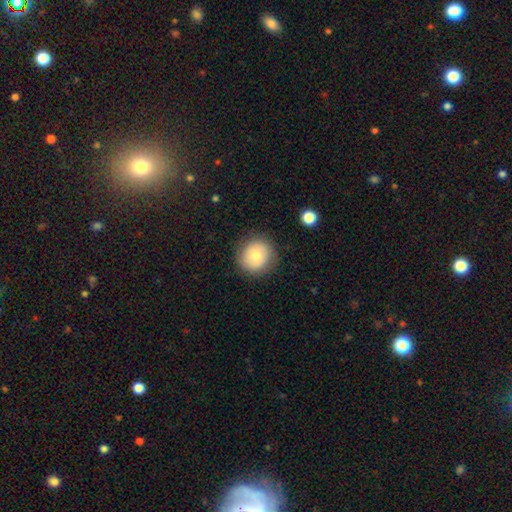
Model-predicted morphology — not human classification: type=smooth (77%); roundness=round (89%); merging=none (87%).